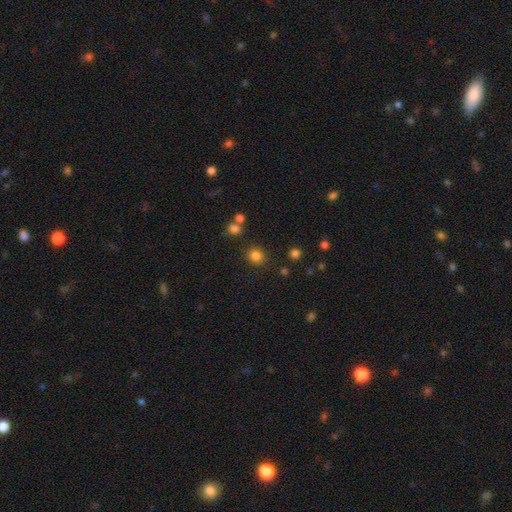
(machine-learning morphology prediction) smooth 82%, star or artifact 14%, featured or disk 5%. Down the decision tree: how rounded — round (86%); merging — none (85%).